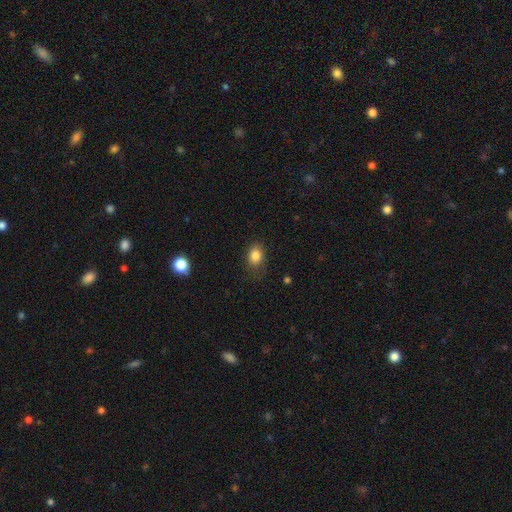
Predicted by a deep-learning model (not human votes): A smooth galaxy with no disk features (84%) that is in between round and cigar-shaped (65%). Merging: none (72%).